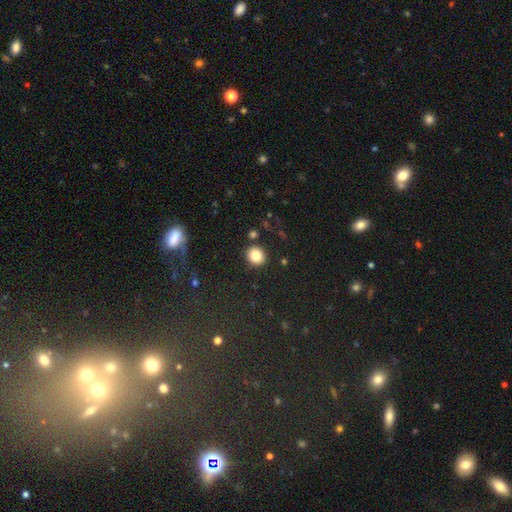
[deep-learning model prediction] smooth 84%, star or artifact 10%, featured or disk 6%. Down the decision tree: how rounded — round (82%); merging — none (88%).